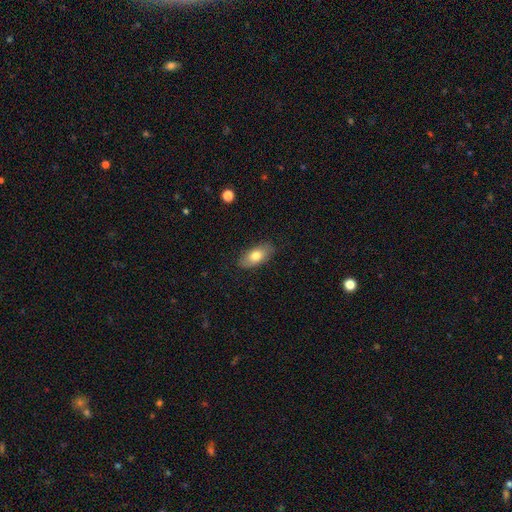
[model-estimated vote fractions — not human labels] A smooth galaxy with no disk features (75%) that is in between round and cigar-shaped (88%).

Vote fractions:
- Smooth or featured? smooth: 75% / featured or disk: 18% / star or artifact: 7%
- How rounded? in between: 88% / cigar-shaped: 8% / round: 4%
- Merging? none: 85% / minor disturbance: 12% / major disturbance: 3% / merger: 1%